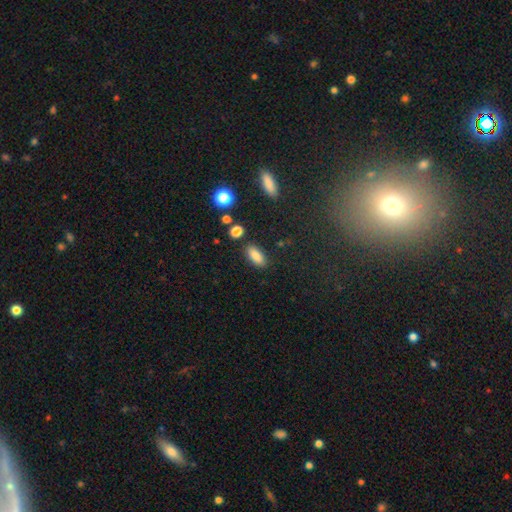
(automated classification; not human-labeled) Morphology: type=smooth (85%); roundness=in between (84%); merging=none (84%).